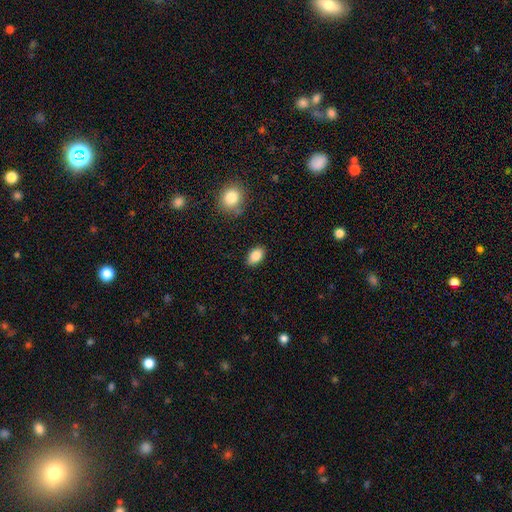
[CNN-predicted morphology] The model was most divided on "merging": none: 86%, minor disturbance: 10%, major disturbance: 2%, merger: 1%. More confident: how rounded — in between (89%); smooth or featured — smooth (86%).